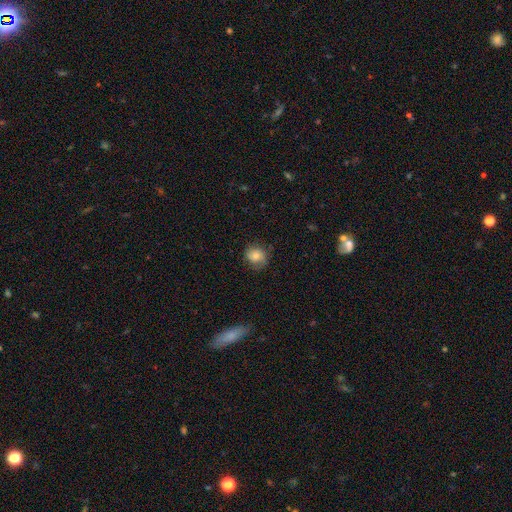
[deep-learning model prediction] Smooth or featured?
  - smooth: 71% *
  - featured or disk: 20%
  - star or artifact: 9%
How rounded?
  - round: 72% *
  - in between: 27%
  - cigar-shaped: 1%
Merging?
  - none: 70% *
  - minor disturbance: 22%
  - major disturbance: 7%
  - merger: 1%